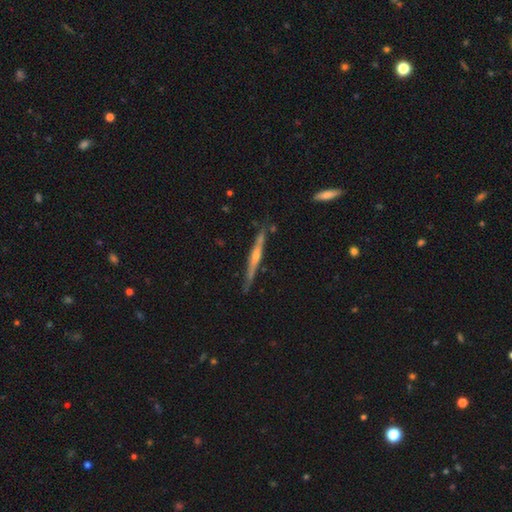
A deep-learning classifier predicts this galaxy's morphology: Smooth or featured: featured or disk — 72% (smooth — 19%)
Edge-on disk: yes — 95% (no — 5%)
Edge-on bulge: rounded — 71% (none — 21%)
Merging: none — 80% (minor disturbance — 14%)